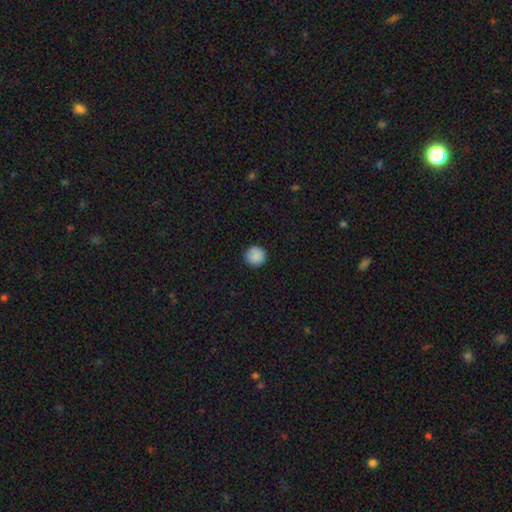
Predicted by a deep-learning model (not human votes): This appears to be a smooth galaxy with no disk features (88%) that is round (95%). Merging: none (90%).